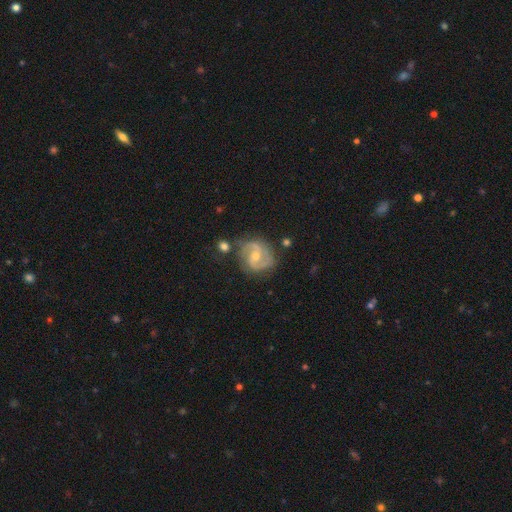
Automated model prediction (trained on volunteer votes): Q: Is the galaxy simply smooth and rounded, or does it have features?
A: featured or disk — 85%.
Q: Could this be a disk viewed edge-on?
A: no — 98%.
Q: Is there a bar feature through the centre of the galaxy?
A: weak — 48%.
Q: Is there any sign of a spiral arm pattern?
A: yes — 95%.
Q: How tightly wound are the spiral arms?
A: medium — 52%.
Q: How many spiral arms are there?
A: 2 — 86%.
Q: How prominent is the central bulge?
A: moderate — 56%.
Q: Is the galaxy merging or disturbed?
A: none — 73%.